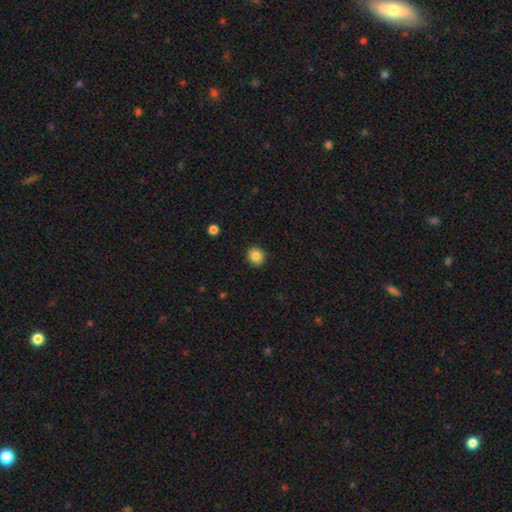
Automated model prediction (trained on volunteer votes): Smooth or featured? Predicted: smooth (p=0.85). How rounded? Predicted: round (p=0.86). Merging? Predicted: none (p=0.91).